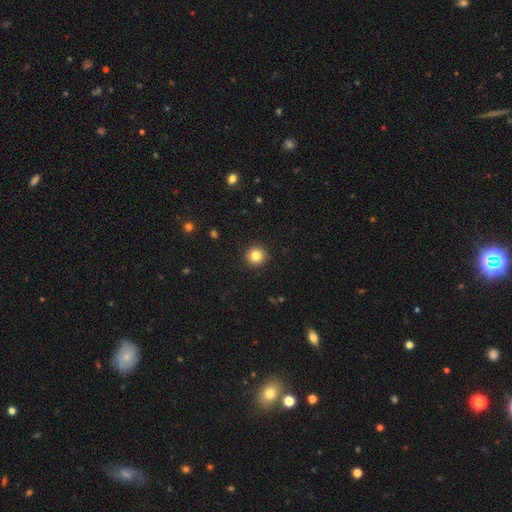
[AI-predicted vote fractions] Smooth or featured: smooth — 83% (star or artifact — 11%)
How rounded: round — 95% (in between — 4%)
Merging: none — 93% (minor disturbance — 5%)